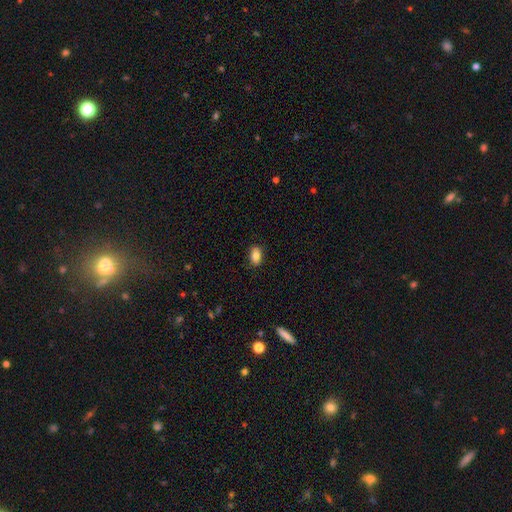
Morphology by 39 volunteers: Smooth or featured?
  - smooth: 87% *
  - star or artifact: 8%
  - featured or disk: 5%
How rounded?
  - in between: 88% *
  - cigar-shaped: 9%
  - round: 3%
Merging?
  - none: 92% *
  - minor disturbance: 6%
  - major disturbance: 3%
  - merger: 0%